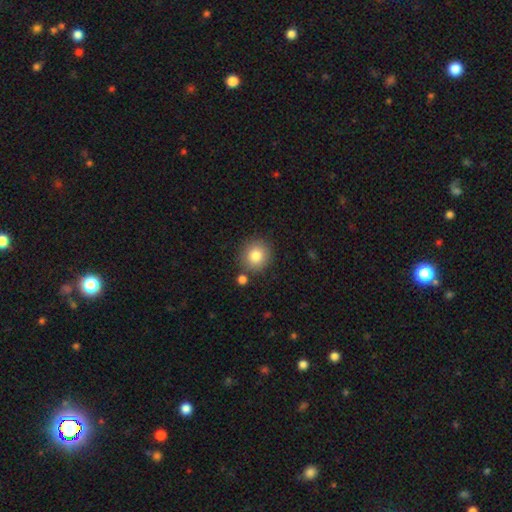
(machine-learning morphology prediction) This is clearly a smooth galaxy (82%). How rounded: clearly round (90%). Merging: clearly none (82%).